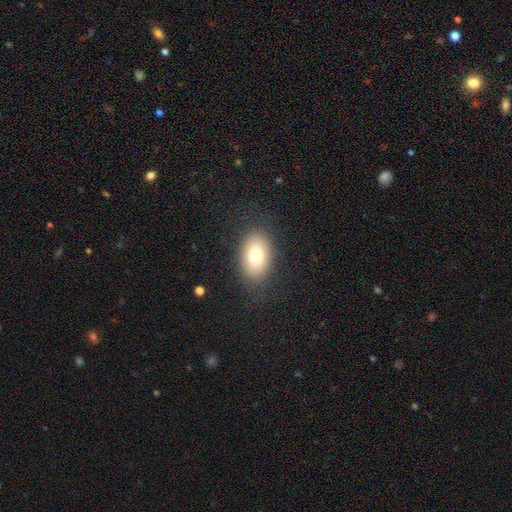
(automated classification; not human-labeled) This is likely a smooth galaxy (75%). How rounded: clearly in between (80%). Merging: clearly none (84%).